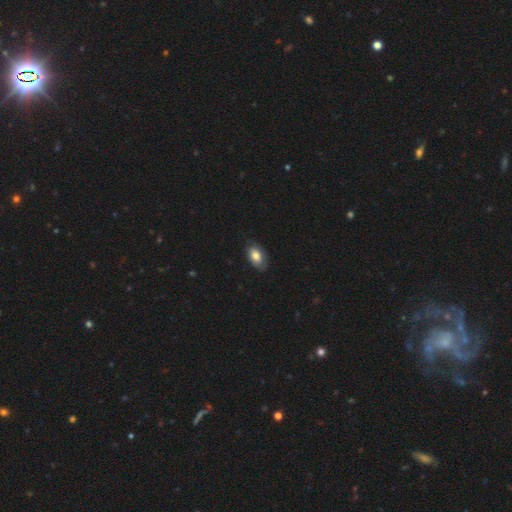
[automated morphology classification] type=smooth (78%); roundness=in between (91%); merging=none (77%).